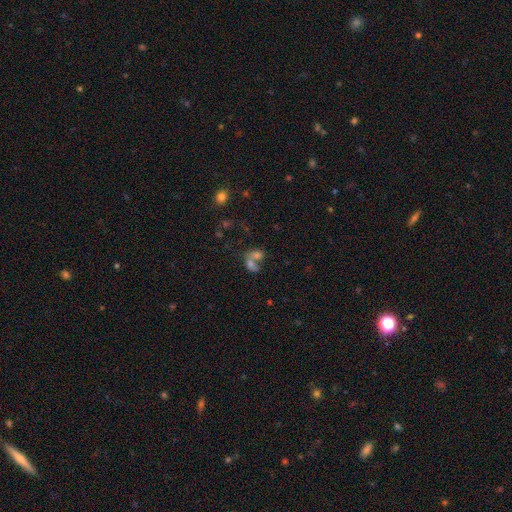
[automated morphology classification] type=smooth (59%); roundness=in between (61%); merging=merger (68%).